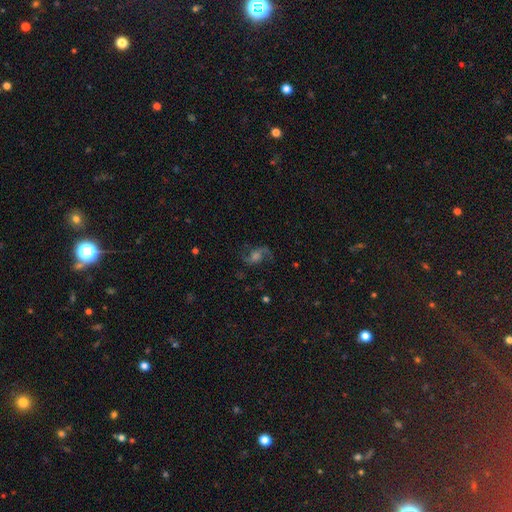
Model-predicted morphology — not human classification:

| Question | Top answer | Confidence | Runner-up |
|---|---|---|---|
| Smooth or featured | featured or disk | 70% | star or artifact (16%) |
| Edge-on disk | no | 96% | yes (4%) |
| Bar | no | 57% | weak (35%) |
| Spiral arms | yes | 94% | no (6%) |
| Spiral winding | loose | 56% | medium (36%) |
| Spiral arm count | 2 | 89% | 1 (4%) |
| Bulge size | moderate | 40% | large (24%) |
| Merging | none | 72% | minor disturbance (14%) |